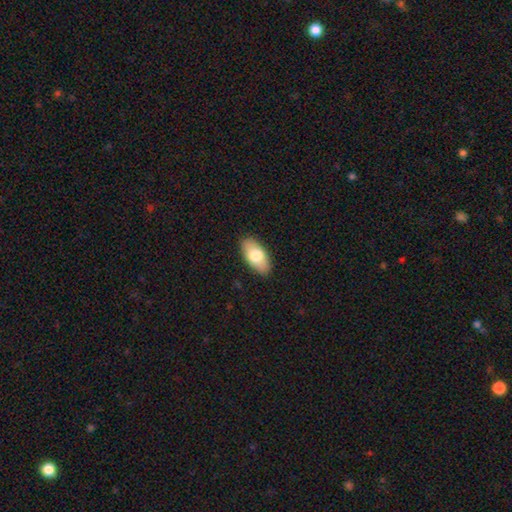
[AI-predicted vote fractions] Morphology: type=smooth (75%); roundness=in between (93%); merging=none (89%).